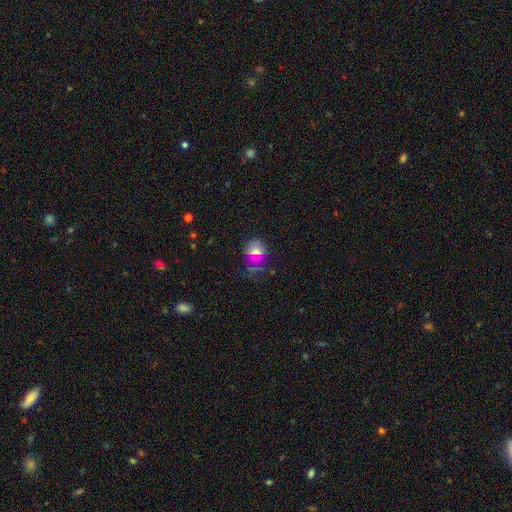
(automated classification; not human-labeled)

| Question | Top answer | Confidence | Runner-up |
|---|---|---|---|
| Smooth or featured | smooth | 64% | star or artifact (23%) |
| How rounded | round | 57% | in between (41%) |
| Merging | none | 76% | minor disturbance (16%) |